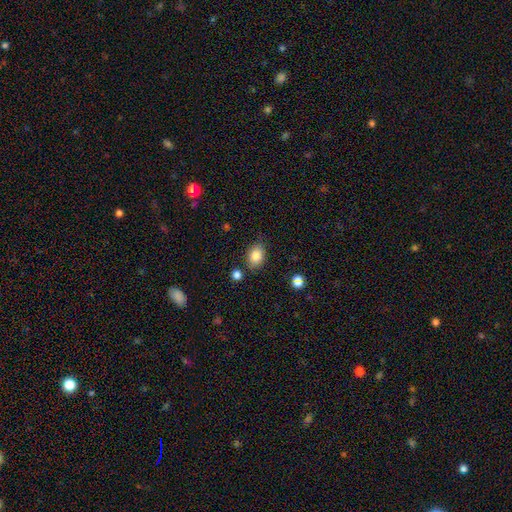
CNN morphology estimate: A smooth galaxy with no disk features (84%) that is in between round and cigar-shaped (72%). Merging: none (80%).